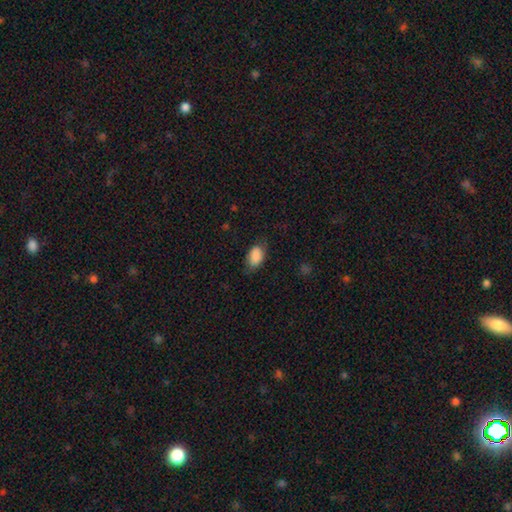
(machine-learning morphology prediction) The model was most divided on "merging": none: 69%, minor disturbance: 23%, major disturbance: 7%, merger: 1%. More confident: how rounded — in between (90%); smooth or featured — smooth (87%).